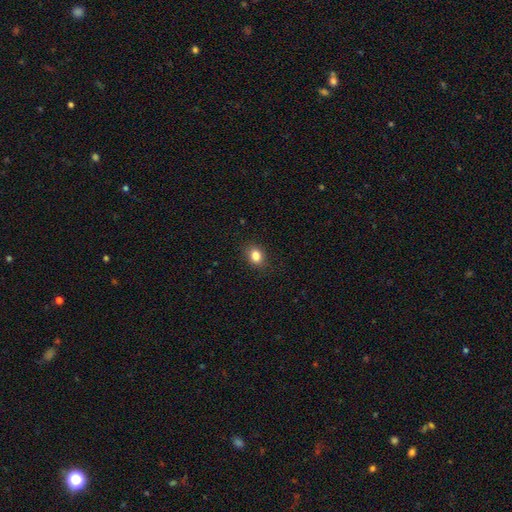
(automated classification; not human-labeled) Overall: smooth (84%). How rounded: in between (55%; round 43%). Merging: none (87%).